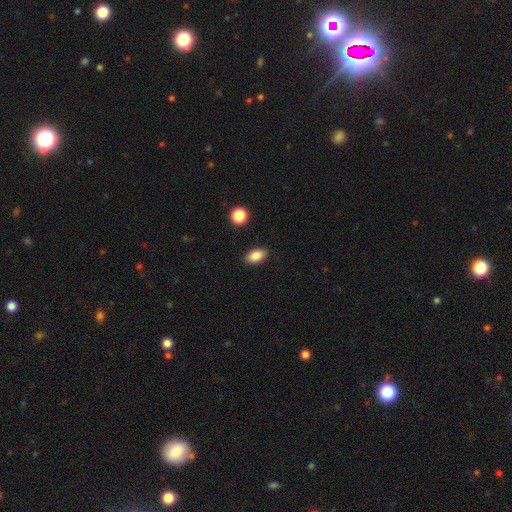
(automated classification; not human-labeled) The model was most divided on "smooth or featured": smooth: 86%, star or artifact: 8%, featured or disk: 5%. More confident: how rounded — in between (90%); merging — none (88%).